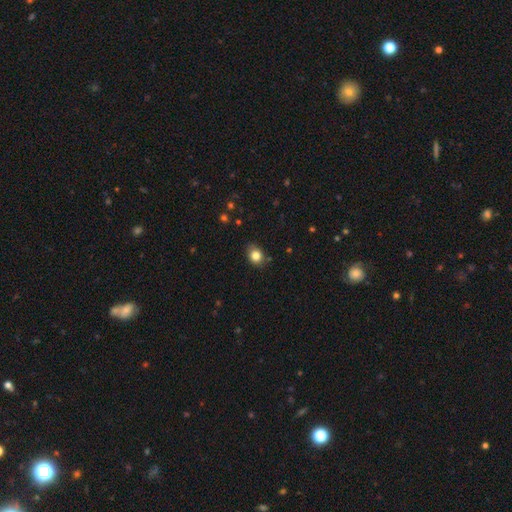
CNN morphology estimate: A smooth galaxy with no disk features (82%) that is round (50%). Merging: none (81%).